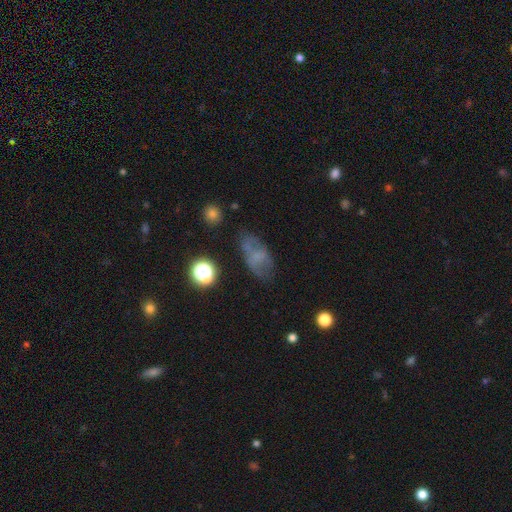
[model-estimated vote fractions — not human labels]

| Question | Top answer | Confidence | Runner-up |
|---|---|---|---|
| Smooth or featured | smooth | 47% | featured or disk (35%) |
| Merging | none | 60% | minor disturbance (23%) |